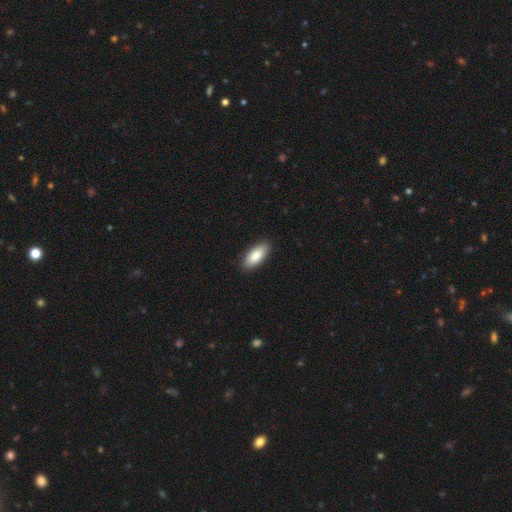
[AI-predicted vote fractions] Smooth or featured?
  - smooth: 85% *
  - featured or disk: 9%
  - star or artifact: 6%
How rounded?
  - in between: 85% *
  - cigar-shaped: 13%
  - round: 2%
Merging?
  - none: 89% *
  - minor disturbance: 8%
  - major disturbance: 2%
  - merger: 1%